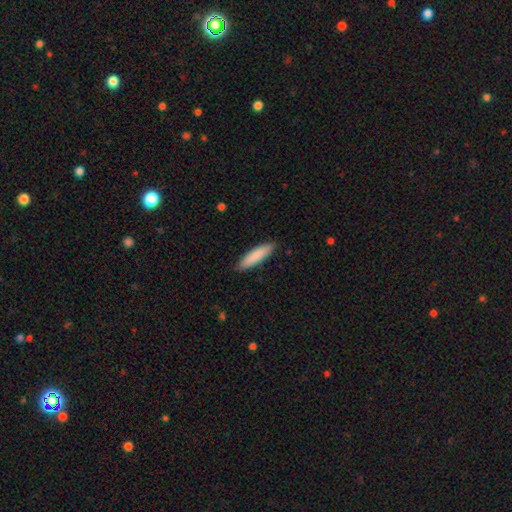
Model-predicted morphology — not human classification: The model was most divided on "how rounded": cigar-shaped: 74%, in between: 25%, round: 1%. More confident: merging — none (89%); smooth or featured — smooth (86%).